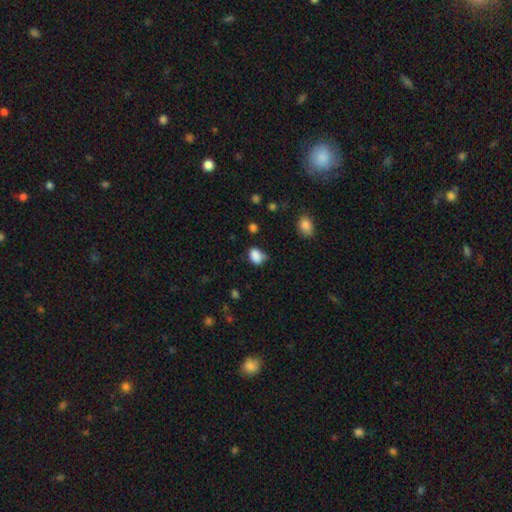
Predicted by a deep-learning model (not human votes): A smooth galaxy with no disk features (85%) that is in between round and cigar-shaped (67%).

Vote fractions:
- Smooth or featured? smooth: 85% / star or artifact: 10% / featured or disk: 5%
- How rounded? in between: 67% / round: 31% / cigar-shaped: 1%
- Merging? none: 53% / minor disturbance: 33% / major disturbance: 8% / merger: 6%